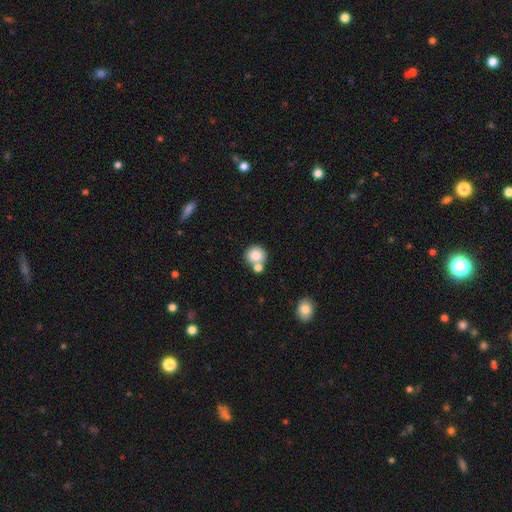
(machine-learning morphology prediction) Smooth or featured? smooth (81%)
How rounded? round (88%)
Merging? none (53%)